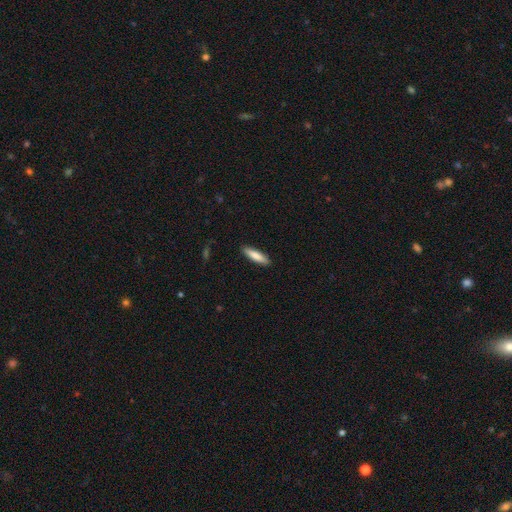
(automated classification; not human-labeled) Smooth or featured? Predicted: smooth (p=0.82). How rounded? Predicted: cigar-shaped (p=0.74). Merging? Predicted: none (p=0.89).